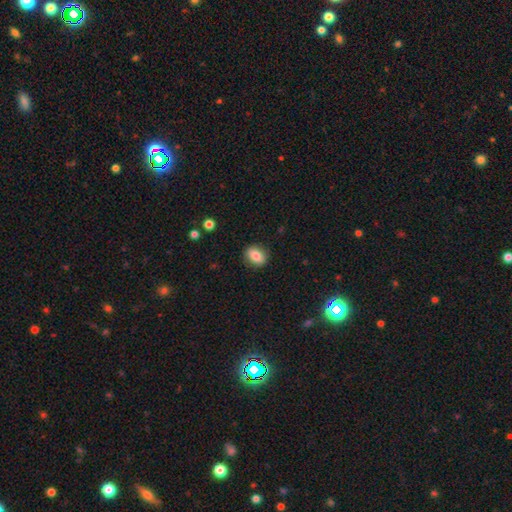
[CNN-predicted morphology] Smooth or featured: smooth — 81% (featured or disk — 11%)
How rounded: in between — 63% (round — 35%)
Merging: none — 87% (minor disturbance — 10%)